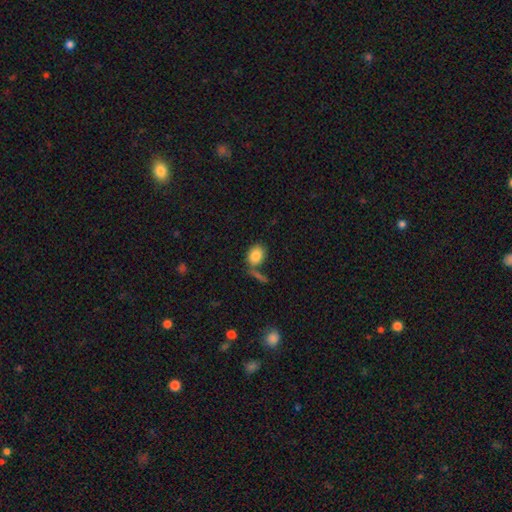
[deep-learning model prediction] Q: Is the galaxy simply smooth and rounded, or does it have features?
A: smooth — 84%.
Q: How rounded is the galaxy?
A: in between — 62%.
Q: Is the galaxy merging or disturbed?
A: none — 59%.